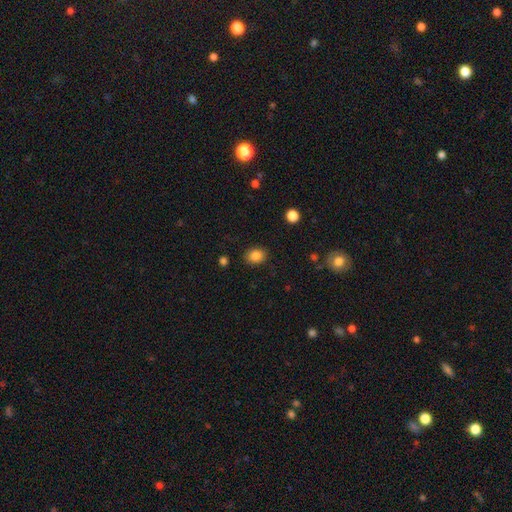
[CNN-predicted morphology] smooth_or_featured: smooth (p=0.85) [alt: star or artifact p=0.10]
how_rounded: in between (p=0.53) [alt: round p=0.46]
merging: none (p=0.87) [alt: minor disturbance p=0.09]